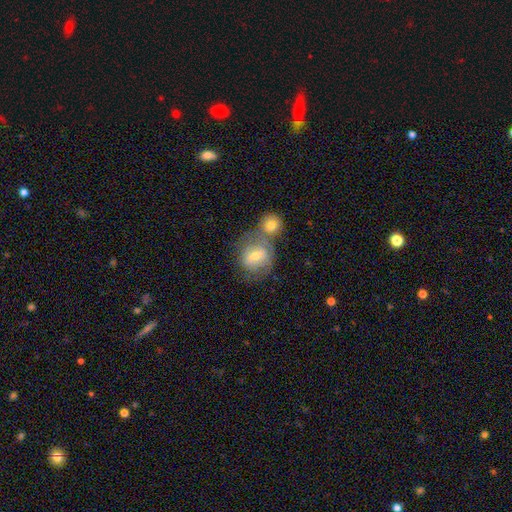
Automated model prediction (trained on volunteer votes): Smooth or featured? smooth (55%)
How rounded? round (72%)
Merging? none (55%)